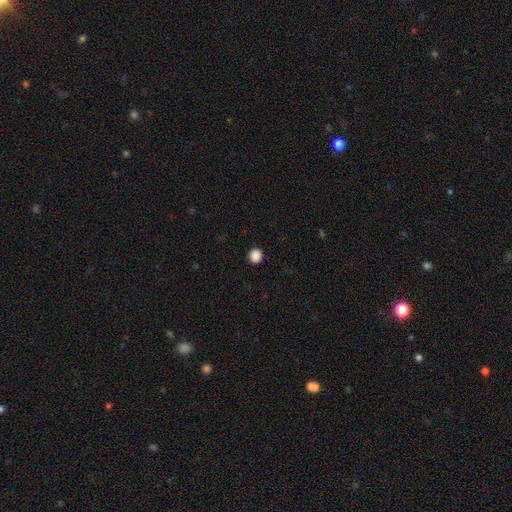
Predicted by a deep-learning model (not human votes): Smooth or featured?
  - smooth: 88% *
  - star or artifact: 9%
  - featured or disk: 2%
How rounded?
  - round: 93% *
  - in between: 6%
  - cigar-shaped: 1%
Merging?
  - none: 93% *
  - minor disturbance: 4%
  - major disturbance: 1%
  - merger: 1%